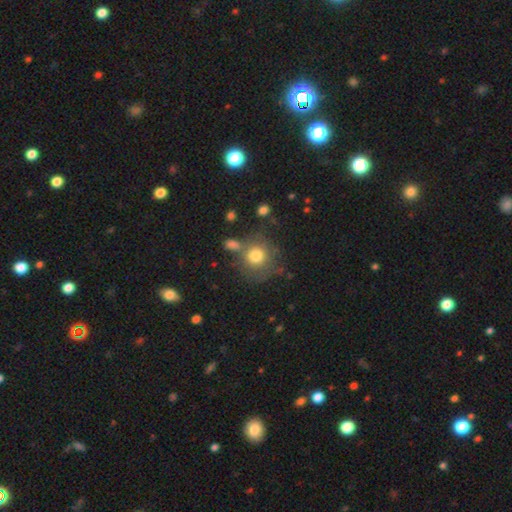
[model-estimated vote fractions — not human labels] The model was most divided on "merging": none: 64%, minor disturbance: 16%, merger: 12%, major disturbance: 8%. More confident: how rounded — round (88%); smooth or featured — smooth (76%).